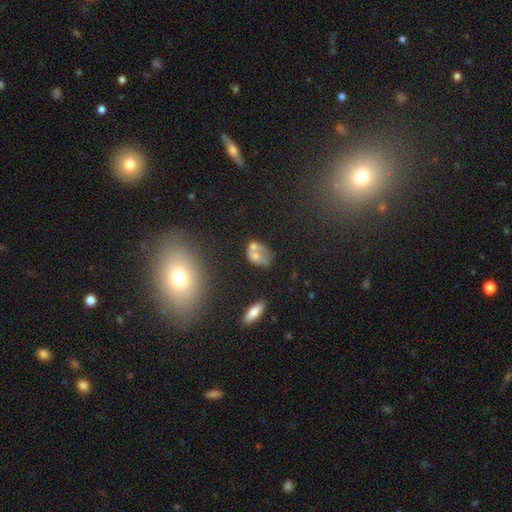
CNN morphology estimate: Overall: smooth (46%; featured or disk 35%). Merging: none (44%; merger 20%).